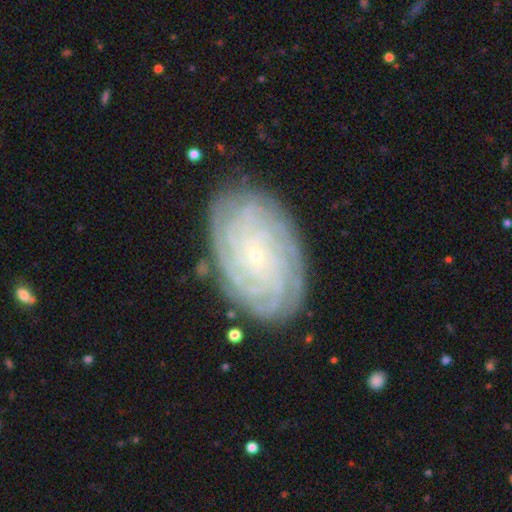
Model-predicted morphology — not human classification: Smooth or featured?
  - featured or disk: 85% *
  - smooth: 8%
  - star or artifact: 6%
Edge-on disk?
  - no: 97% *
  - yes: 3%
Bar?
  - no: 81% *
  - weak: 15%
  - strong: 5%
Spiral arms?
  - yes: 97% *
  - no: 3%
Spiral winding?
  - tight: 86% *
  - medium: 11%
  - loose: 3%
Spiral arm count?
  - more than 4: 35% *
  - can't tell: 21%
  - 4: 21%
  - 3: 8%
  - 2: 7%
  - 1: 7%
Bulge size?
  - small: 89% *
  - moderate: 8%
  - none: 1%
  - large: 1%
  - dominant: 1%
Merging?
  - none: 84% *
  - minor disturbance: 12%
  - major disturbance: 3%
  - merger: 1%